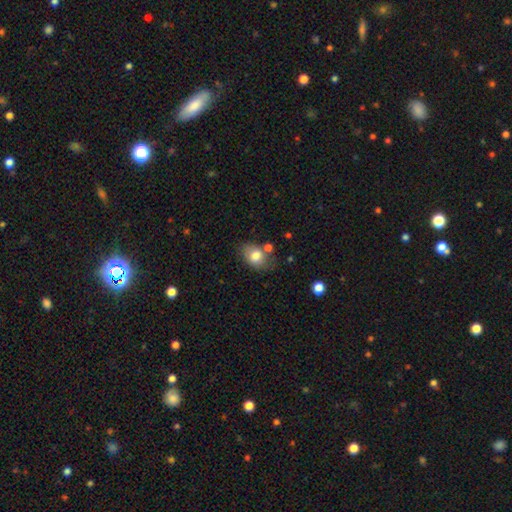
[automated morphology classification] The model was most divided on "merging": none: 63%, minor disturbance: 20%, merger: 11%, major disturbance: 6%. More confident: smooth or featured — smooth (77%); how rounded — in between (75%).